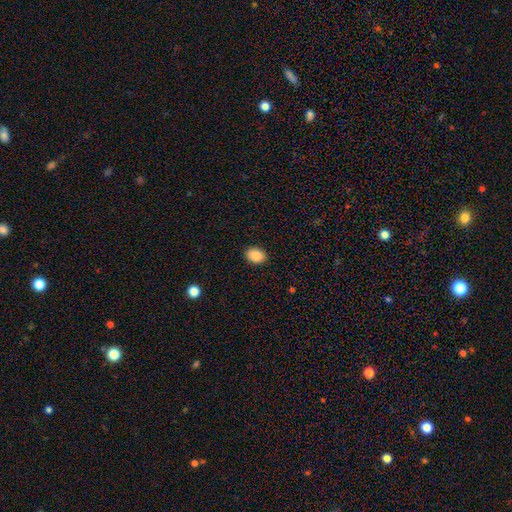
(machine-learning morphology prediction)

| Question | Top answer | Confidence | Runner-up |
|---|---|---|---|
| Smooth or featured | smooth | 88% | star or artifact (8%) |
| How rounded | in between | 71% | round (28%) |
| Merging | none | 89% | minor disturbance (8%) |